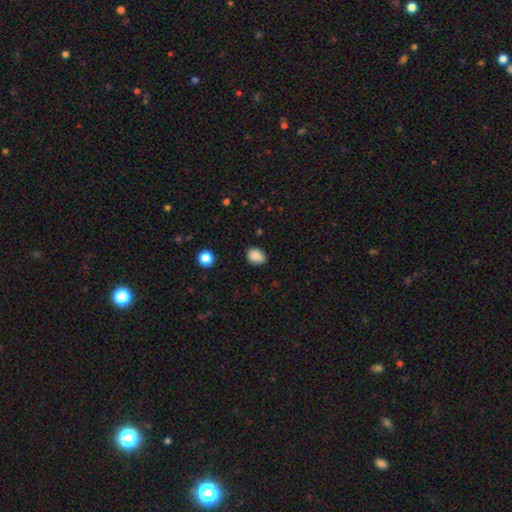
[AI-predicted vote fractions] smooth 87%, star or artifact 9%, featured or disk 3%. Down the decision tree: how rounded — in between (63%); merging — none (85%).